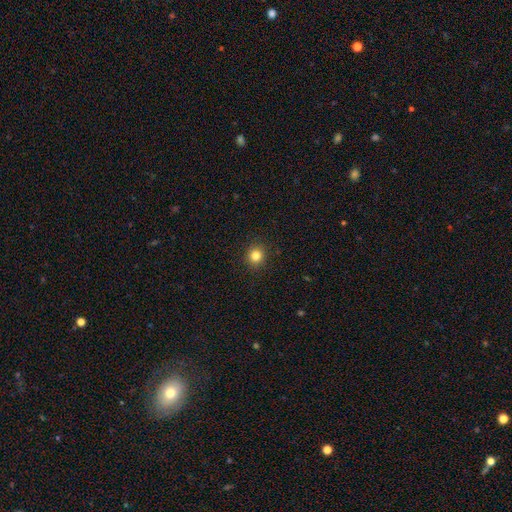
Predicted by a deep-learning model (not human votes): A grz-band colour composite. It shows a smooth galaxy with no disk features (82%) that is round (90%). Merging: none (91%).